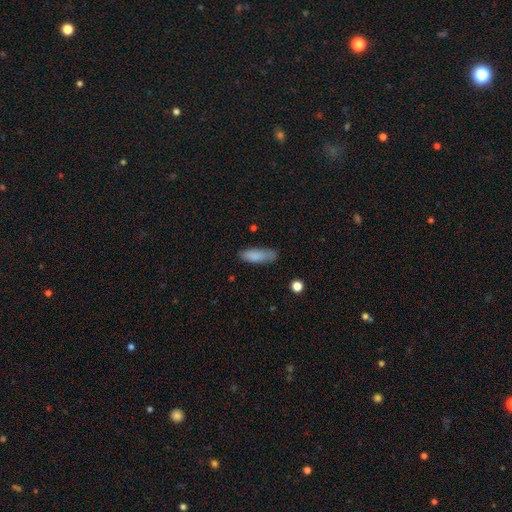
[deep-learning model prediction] The model was most divided on "how rounded": in between: 58%, cigar-shaped: 40%, round: 2%. More confident: smooth or featured — smooth (85%); merging — none (70%).